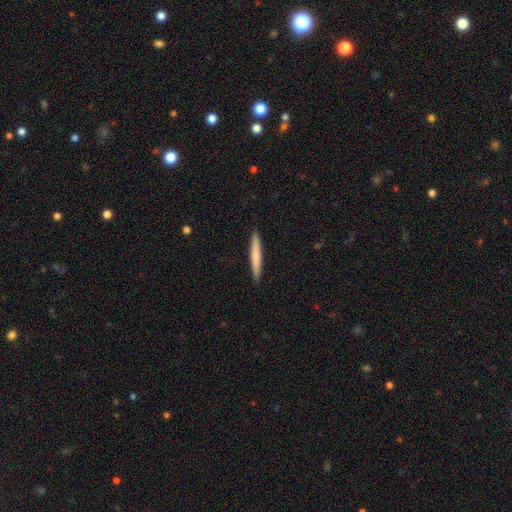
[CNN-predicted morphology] smooth_or_featured: smooth (p=0.70) [alt: featured or disk p=0.25]
how_rounded: cigar-shaped (p=0.96) [alt: in between p=0.03]
merging: none (p=0.92) [alt: minor disturbance p=0.06]